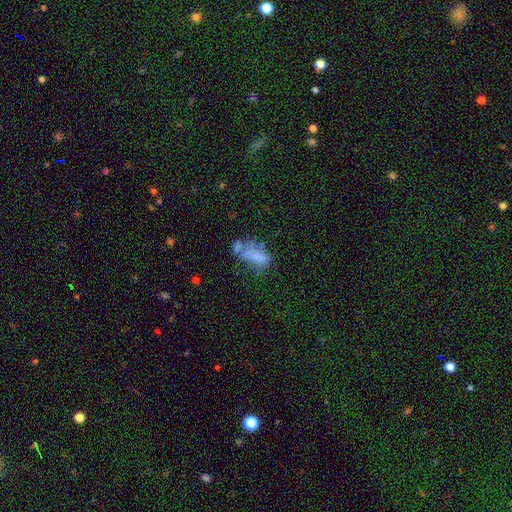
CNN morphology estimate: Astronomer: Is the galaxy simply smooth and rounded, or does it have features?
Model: smooth — 59%.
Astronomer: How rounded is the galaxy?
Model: in between — 80%.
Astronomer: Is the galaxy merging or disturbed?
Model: major disturbance — 30% (runner-up: merger, 26%).